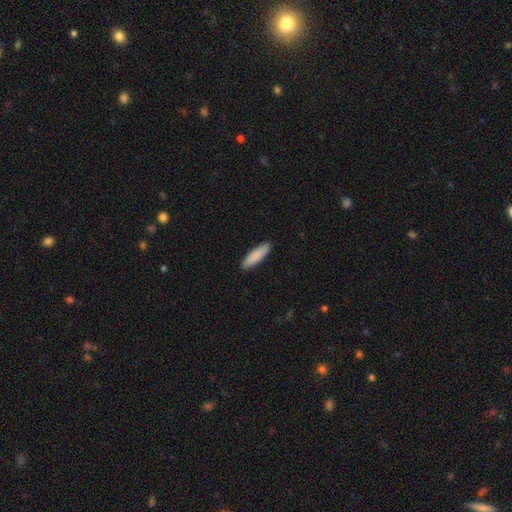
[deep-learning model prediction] This appears to be a smooth galaxy with no disk features (87%) that is cigar-shaped (64%). Merging: none (90%).